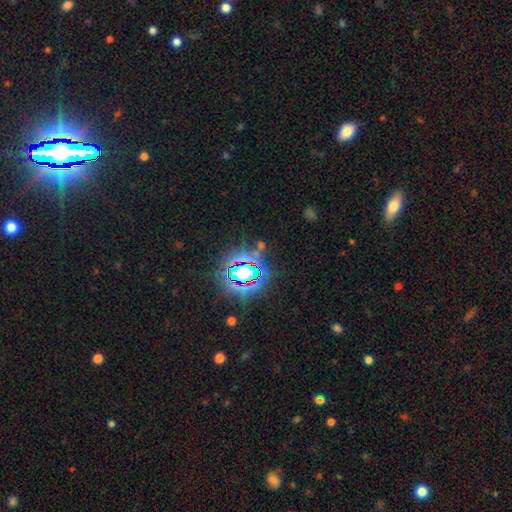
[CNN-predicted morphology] type=star or artifact (81%).